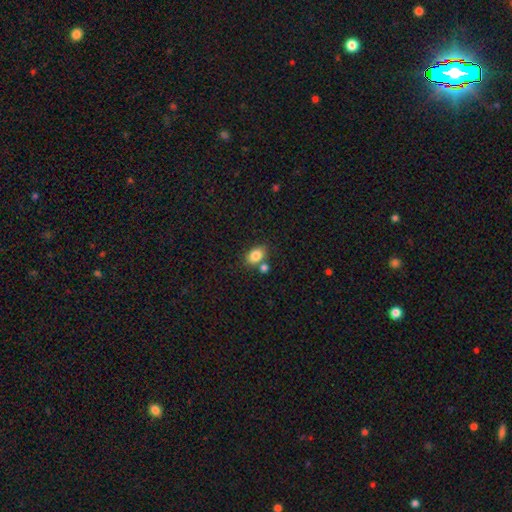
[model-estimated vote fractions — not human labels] This appears to be a smooth galaxy with no disk features (84%) that is in between round and cigar-shaped (78%). Merging: none (64%).